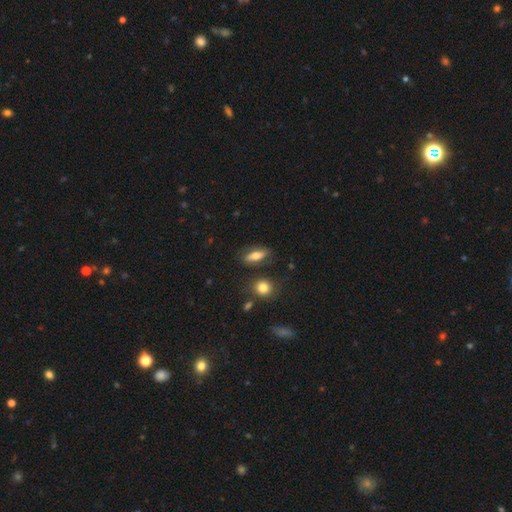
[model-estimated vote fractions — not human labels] A smooth galaxy with no disk features (67%) that is in between round and cigar-shaped (61%). Merging: none (78%).